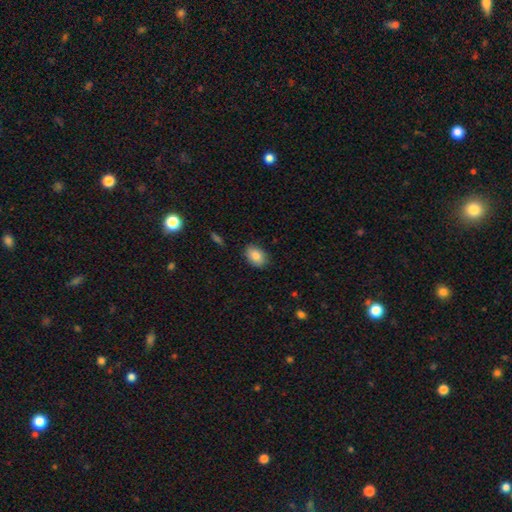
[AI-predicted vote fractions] smooth_or_featured: smooth (p=0.86) [alt: star or artifact p=0.07]
how_rounded: in between (p=0.85) [alt: round p=0.14]
merging: none (p=0.86) [alt: minor disturbance p=0.11]